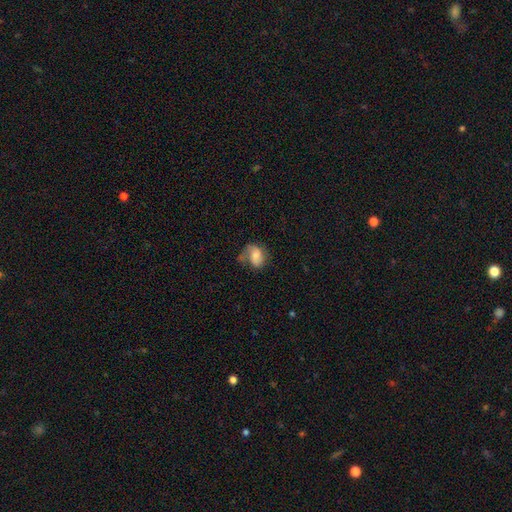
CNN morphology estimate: The model was most divided on "merging": none: 37%, minor disturbance: 29%, major disturbance: 29%, merger: 5%. More confident: how rounded — in between (70%); smooth or featured — smooth (55%).